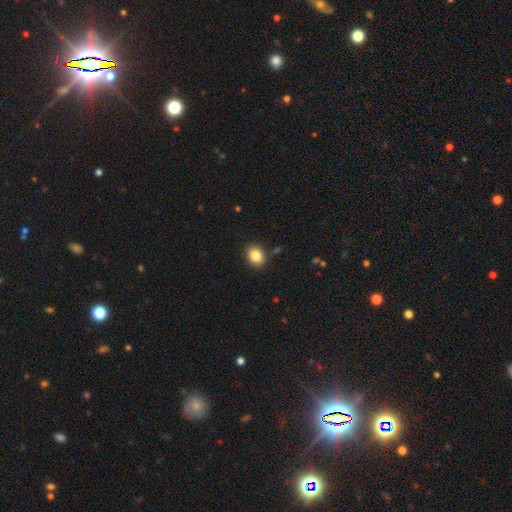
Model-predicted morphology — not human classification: smooth 85%, star or artifact 10%, featured or disk 6%. Down the decision tree: how rounded — round (60%); merging — none (87%).